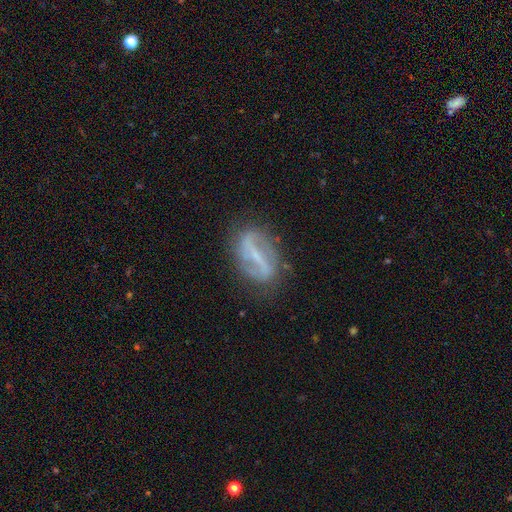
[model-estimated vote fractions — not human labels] featured or disk 79%, smooth 13%, star or artifact 8%. Down the decision tree: edge-on disk — no (92%); bar — strong (69%); spiral arms — yes (78%); spiral arm count — 2 (83%); spiral winding — loose (45%); bulge size — small (64%); merging — none (76%).